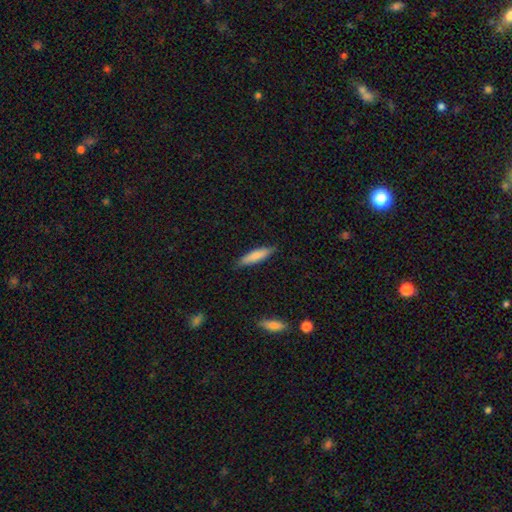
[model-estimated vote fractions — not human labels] smooth 79%, featured or disk 15%, star or artifact 6%. Down the decision tree: how rounded — cigar-shaped (77%); merging — none (86%).